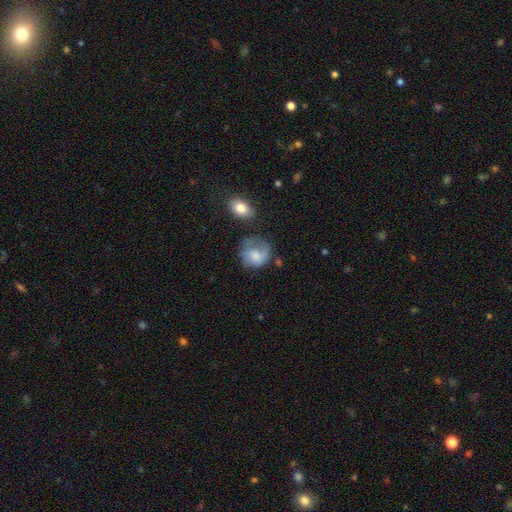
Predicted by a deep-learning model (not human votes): This is likely a smooth galaxy (61%). How rounded: likely round (69%). Merging: marginally none (40%).